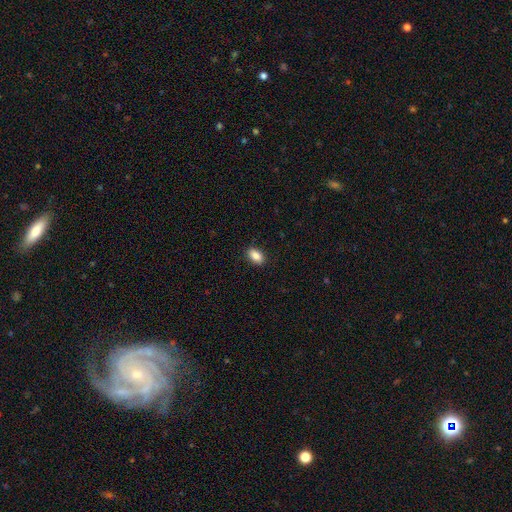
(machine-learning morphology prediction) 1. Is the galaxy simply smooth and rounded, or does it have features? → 88% smooth, 8% star or artifact, 4% featured or disk.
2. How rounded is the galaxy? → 90% in between, 8% round, 2% cigar-shaped.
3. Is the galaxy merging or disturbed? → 89% none, 8% minor disturbance, 2% major disturbance, 1% merger.